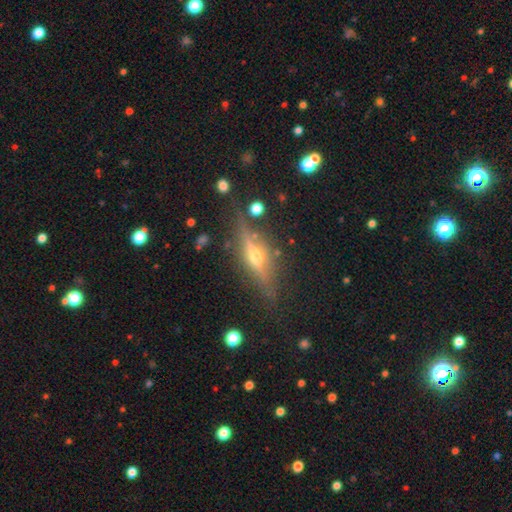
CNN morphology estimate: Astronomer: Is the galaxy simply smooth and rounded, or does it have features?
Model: featured or disk — 75%.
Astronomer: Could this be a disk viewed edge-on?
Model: yes — 94%.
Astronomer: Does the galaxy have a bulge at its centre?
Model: rounded — 90%.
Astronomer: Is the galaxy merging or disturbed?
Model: none — 83%.